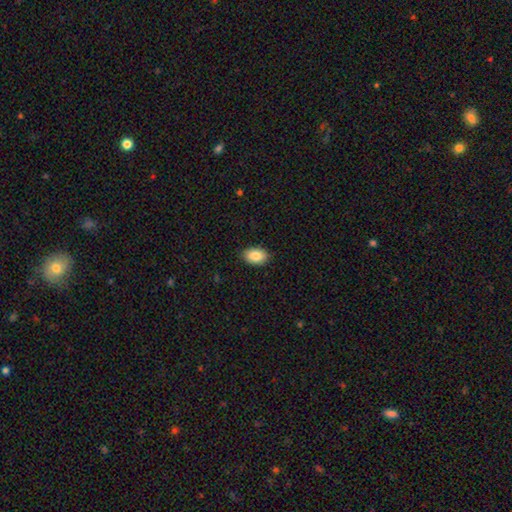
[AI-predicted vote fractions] This appears to be a smooth galaxy with no disk features (87%) that is in between round and cigar-shaped (87%). Merging: none (87%).